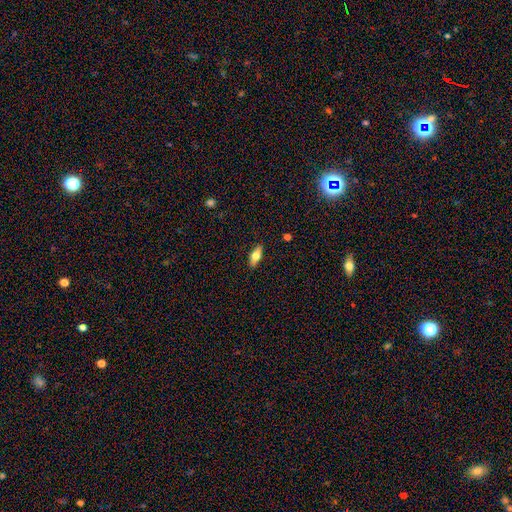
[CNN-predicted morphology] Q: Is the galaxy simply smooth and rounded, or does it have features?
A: smooth — 63%.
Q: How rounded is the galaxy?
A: in between — 72%.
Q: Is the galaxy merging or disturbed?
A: none — 89%.